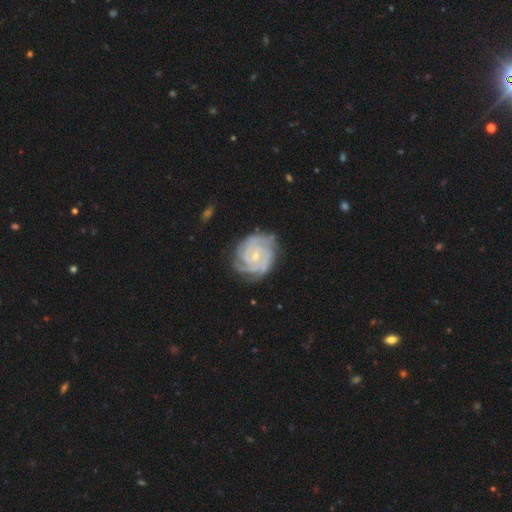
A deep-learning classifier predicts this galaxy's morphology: featured or disk 90%, smooth 5%, star or artifact 5%. Down the decision tree: edge-on disk — no (98%); bar — no (66%); spiral arms — yes (98%); spiral arm count — 3 (32%); spiral winding — tight (80%); bulge size — small (67%); merging — none (76%).